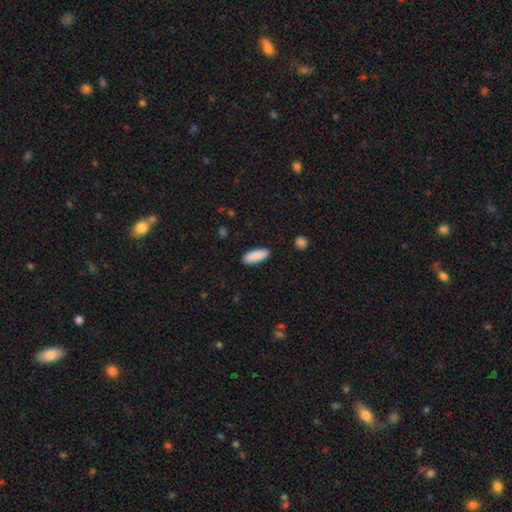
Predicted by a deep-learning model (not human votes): Smooth or featured? Predicted: smooth (p=0.90). How rounded? Predicted: in between (p=0.65). Merging? Predicted: none (p=0.89).